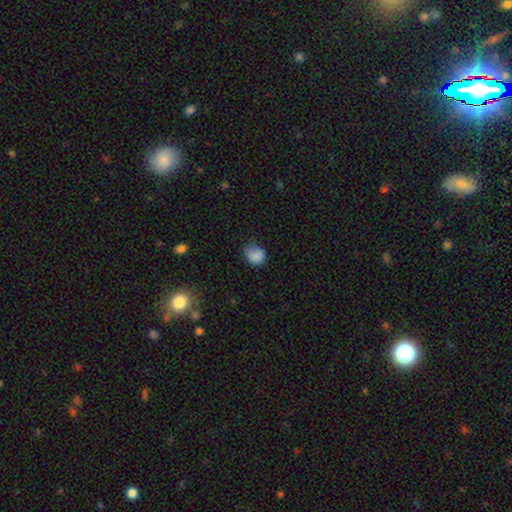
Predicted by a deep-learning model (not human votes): smooth_or_featured: smooth (p=0.85) [alt: star or artifact p=0.09]
how_rounded: round (p=0.65) [alt: in between p=0.34]
merging: none (p=0.53) [alt: minor disturbance p=0.36]